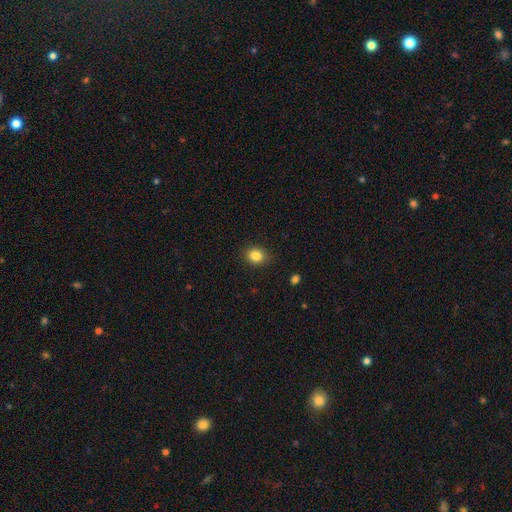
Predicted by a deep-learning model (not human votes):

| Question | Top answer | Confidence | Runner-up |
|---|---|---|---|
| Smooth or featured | smooth | 85% | star or artifact (10%) |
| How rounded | round | 53% | in between (46%) |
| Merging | none | 88% | minor disturbance (9%) |